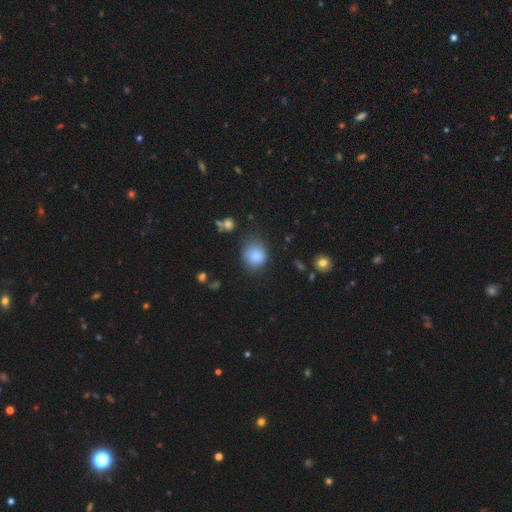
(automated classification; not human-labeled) Morphology: type=smooth (84%); roundness=round (74%); merging=none (64%).